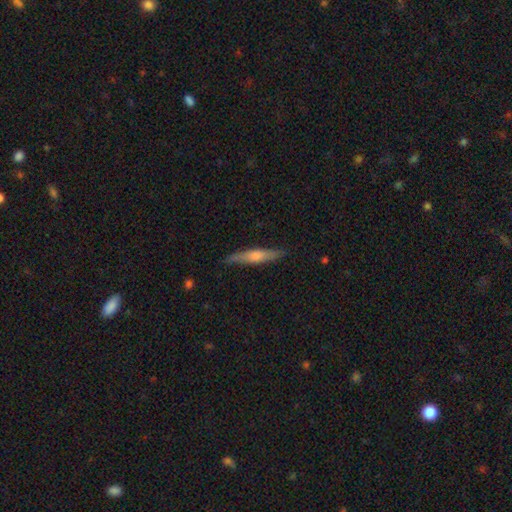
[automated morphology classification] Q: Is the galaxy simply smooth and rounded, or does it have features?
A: featured or disk — 52%.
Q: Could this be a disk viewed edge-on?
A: yes — 96%.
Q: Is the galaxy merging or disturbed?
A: none — 86%.